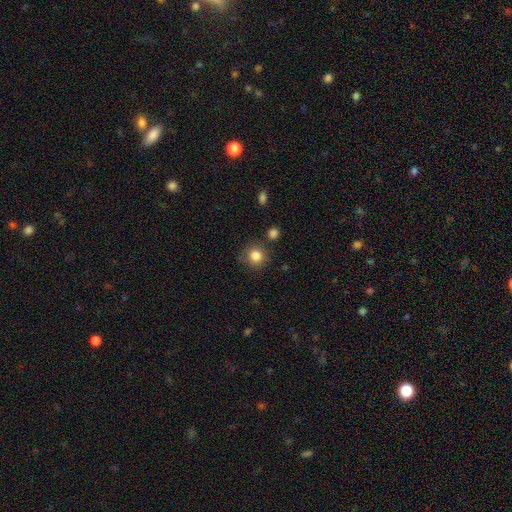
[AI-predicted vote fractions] smooth 84%, star or artifact 10%, featured or disk 6%. Down the decision tree: how rounded — round (90%); merging — none (82%).